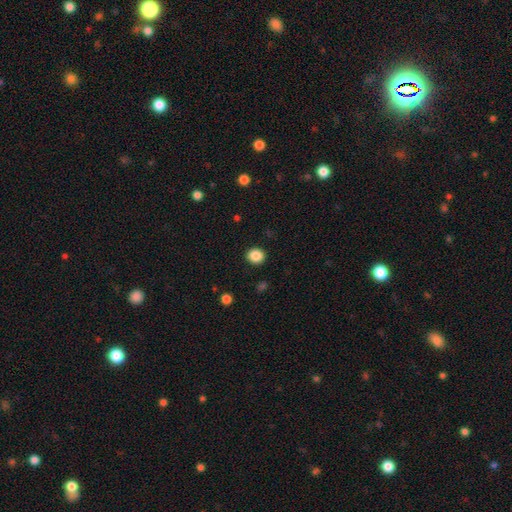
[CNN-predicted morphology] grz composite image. It shows a smooth galaxy with no disk features (87%) that is round (81%). Merging: none (91%).